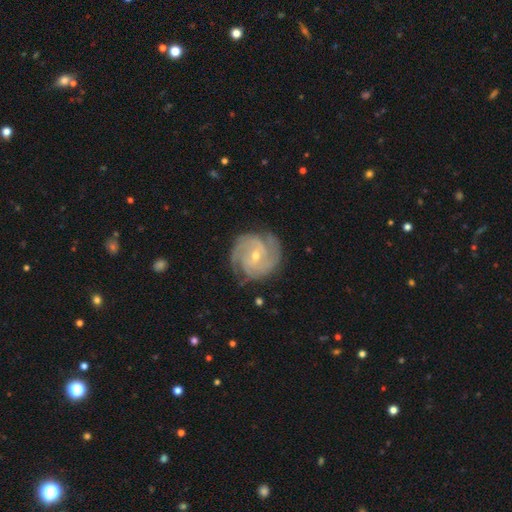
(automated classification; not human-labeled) smooth_or_featured: featured or disk (p=0.89) [alt: smooth p=0.06]
disk_edge_on: no (p=0.98) [alt: yes p=0.02]
bar: no (p=0.46) [alt: weak p=0.41]
has_spiral_arms: yes (p=0.98) [alt: no p=0.02]
spiral_winding: tight (p=0.63) [alt: medium p=0.32]
spiral_arm_count: 2 (p=0.33) [alt: 3 p=0.31]
bulge_size: small (p=0.63) [alt: moderate p=0.34]
merging: none (p=0.81) [alt: minor disturbance p=0.14]